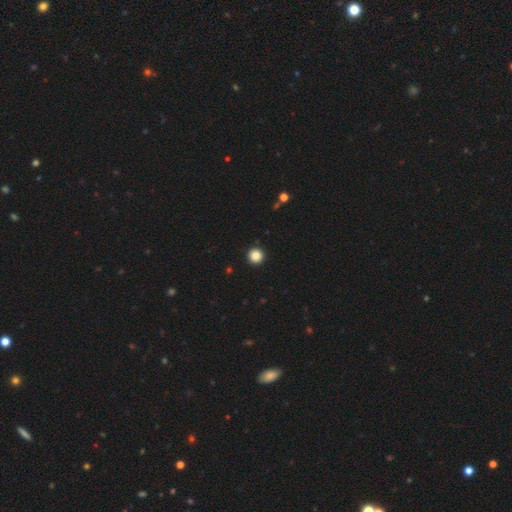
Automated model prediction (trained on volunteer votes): This is clearly a smooth galaxy (87%). How rounded: clearly round (96%). Merging: clearly none (94%).